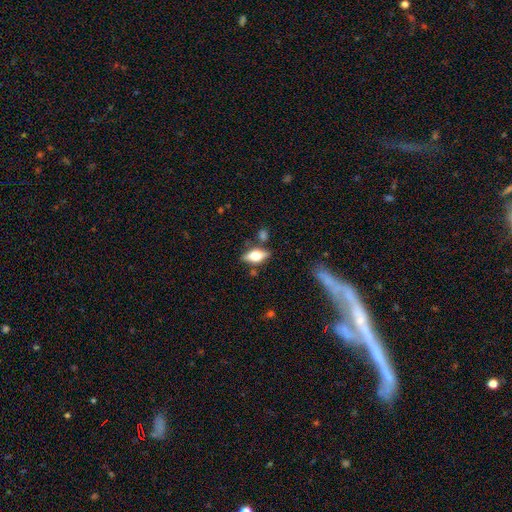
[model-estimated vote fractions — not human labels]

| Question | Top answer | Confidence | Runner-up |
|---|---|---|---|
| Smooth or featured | smooth | 49% | featured or disk (43%) |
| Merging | none | 77% | minor disturbance (13%) |